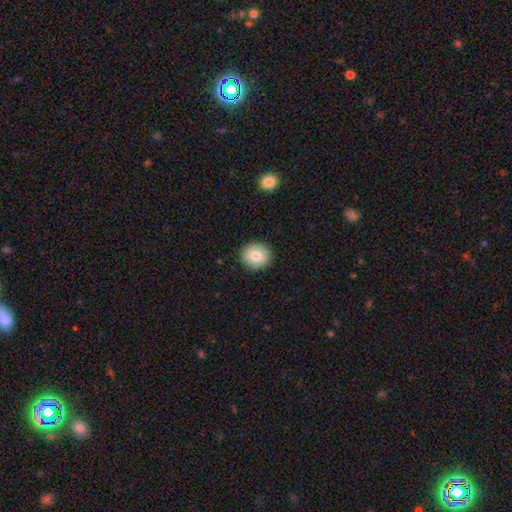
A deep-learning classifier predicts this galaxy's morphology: Overall: smooth (81%). How rounded: round (84%). Merging: none (92%).